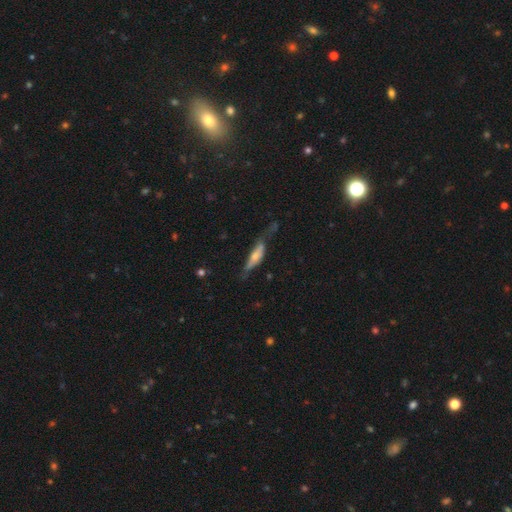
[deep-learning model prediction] smooth-or-featured: smooth: 48% | featured or disk: 45% | star or artifact: 6%
  merging: none: 41% | minor disturbance: 31% | major disturbance: 23% | merger: 5%